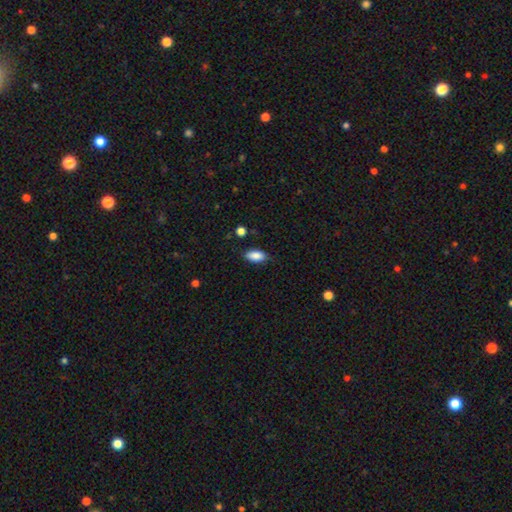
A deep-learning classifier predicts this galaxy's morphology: Q: Smooth or featured?
A: smooth (87%); runner-up: star or artifact (7%)
Q: How rounded?
A: in between (91%); runner-up: cigar-shaped (6%)
Q: Merging?
A: none (82%); runner-up: minor disturbance (14%)